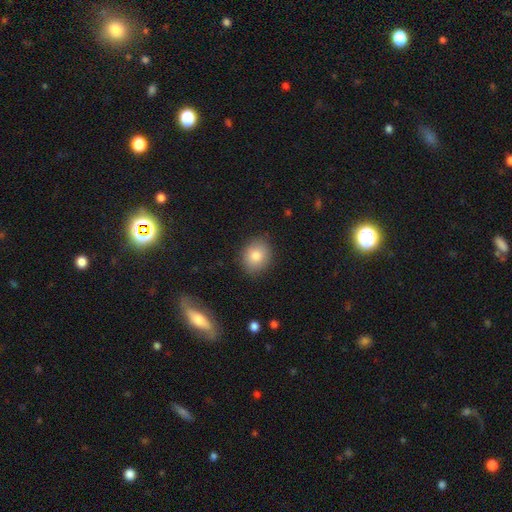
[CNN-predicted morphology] Smooth or featured? smooth (82%)
How rounded? round (64%)
Merging? none (85%)